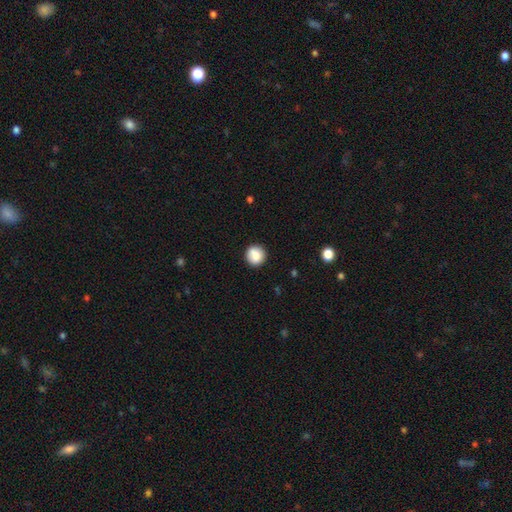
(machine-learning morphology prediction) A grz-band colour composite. It shows a smooth galaxy with no disk features (82%) that is round (92%). Merging: none (87%).